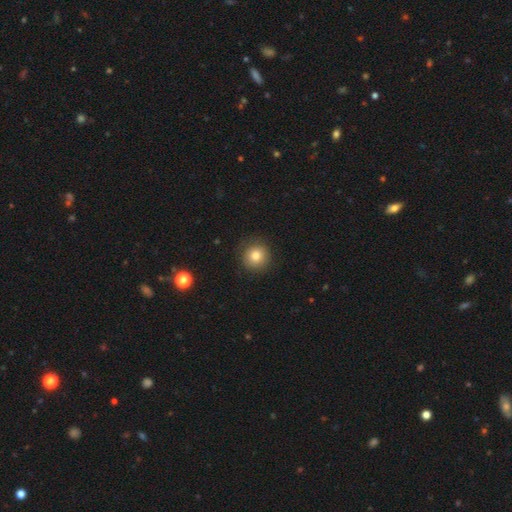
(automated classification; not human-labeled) smooth_or_featured: smooth (p=0.81) [alt: star or artifact p=0.11]
how_rounded: round (p=0.91) [alt: in between p=0.08]
merging: none (p=0.87) [alt: minor disturbance p=0.09]